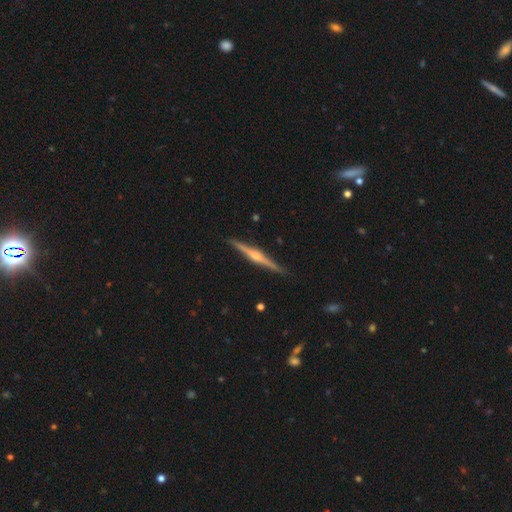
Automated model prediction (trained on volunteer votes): Morphology: type=featured or disk (82%); edge-on=yes (99%); edge-on bulge=rounded (88%); merging=none (91%).